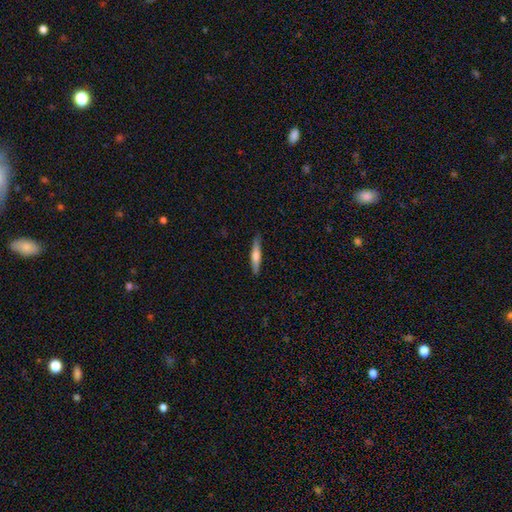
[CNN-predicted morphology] This is possibly a smooth galaxy (57%). How rounded: clearly cigar-shaped (88%). Merging: clearly none (88%).